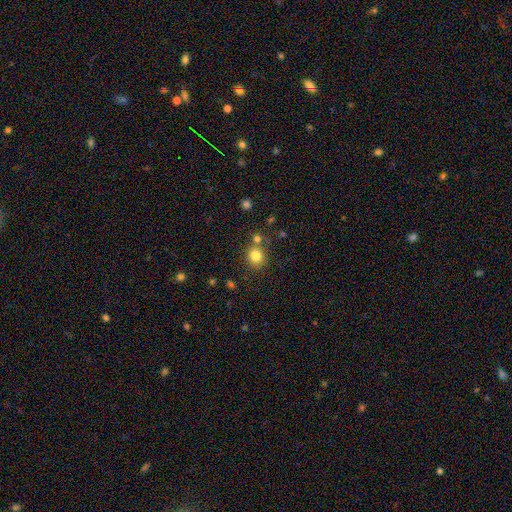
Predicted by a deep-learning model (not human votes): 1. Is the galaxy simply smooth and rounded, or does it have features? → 81% smooth, 12% star or artifact, 7% featured or disk.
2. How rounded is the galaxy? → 75% round, 24% in between, 1% cigar-shaped.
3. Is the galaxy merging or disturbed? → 70% none, 16% merger, 11% minor disturbance, 4% major disturbance.